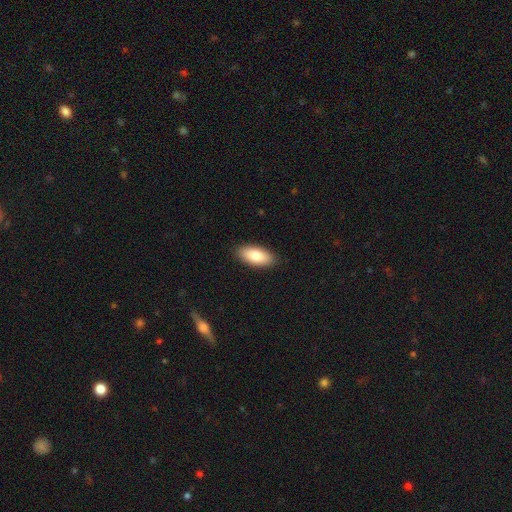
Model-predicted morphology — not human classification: This is clearly a smooth galaxy (82%). How rounded: clearly in between (89%). Merging: clearly none (90%).